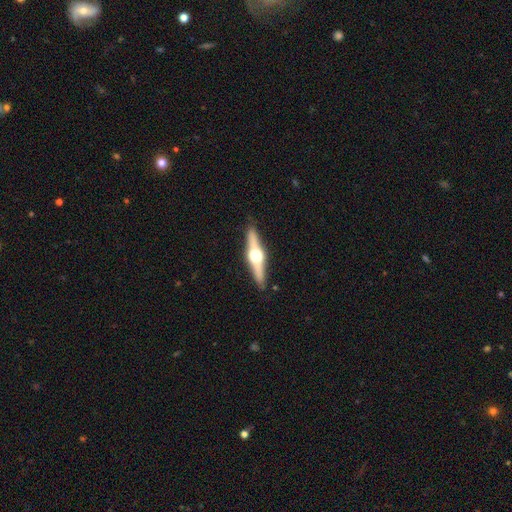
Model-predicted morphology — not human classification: A featured or disk galaxy (76%) viewed edge-on (97%) with a rounded central bulge (96%).

Vote fractions:
- Smooth or featured? featured or disk: 76% / smooth: 18% / star or artifact: 5%
- Edge-on disk? yes: 97% / no: 3%
- Edge-on bulge? rounded: 96% / boxy: 3% / none: 1%
- Merging? none: 89% / minor disturbance: 8% / major disturbance: 2% / merger: 1%